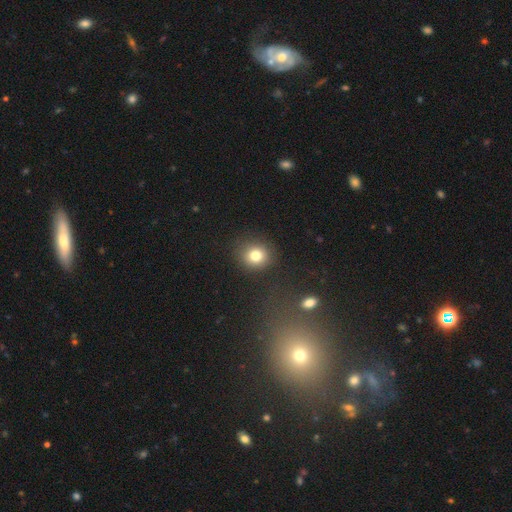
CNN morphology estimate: smooth-or-featured: smooth: 80% | star or artifact: 12% | featured or disk: 8%
  how-rounded: round: 82% | in between: 17% | cigar-shaped: 1%
  merging: none: 86% | minor disturbance: 9% | major disturbance: 3% | merger: 2%